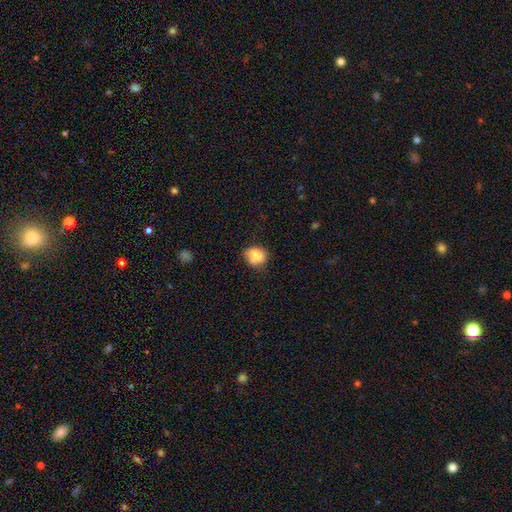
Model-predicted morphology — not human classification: Q: Smooth or featured?
A: smooth (79%); runner-up: featured or disk (11%)
Q: How rounded?
A: round (59%); runner-up: in between (40%)
Q: Merging?
A: none (59%); runner-up: minor disturbance (27%)